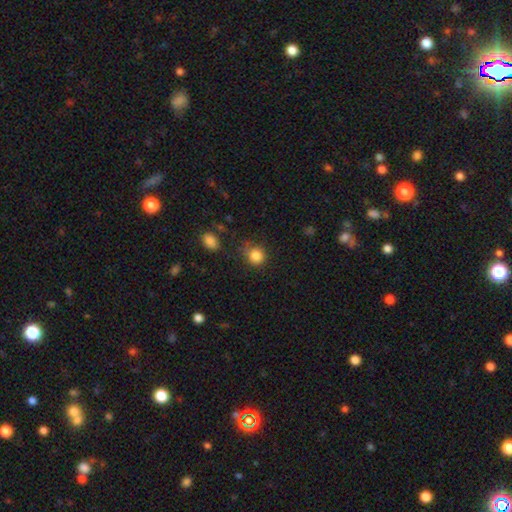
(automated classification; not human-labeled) Overall: smooth (85%). How rounded: round (83%). Merging: none (72%).